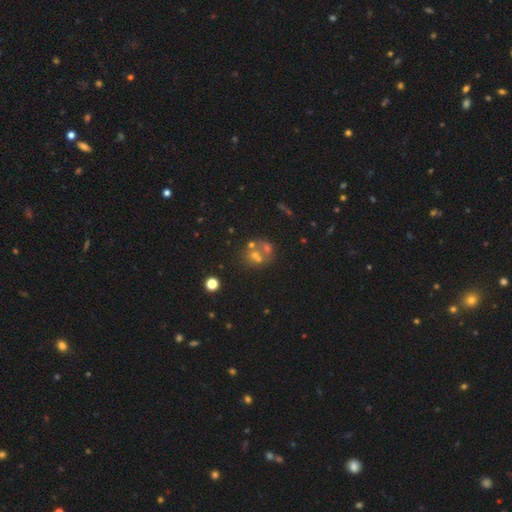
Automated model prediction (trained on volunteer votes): Q: Smooth or featured?
A: smooth (41%); runner-up: featured or disk (37%)
Q: Merging?
A: merger (45%); runner-up: none (36%)